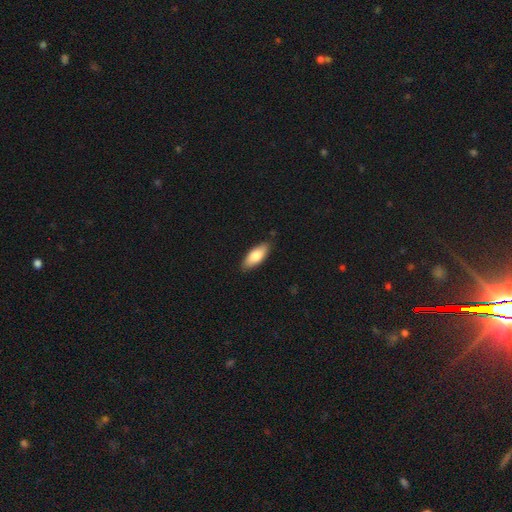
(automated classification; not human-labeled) A smooth galaxy with no disk features (79%) that is in between round and cigar-shaped (79%). Merging: none (86%).